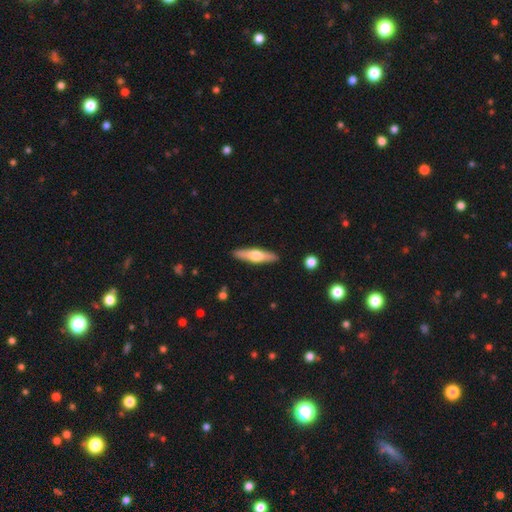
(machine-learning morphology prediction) Q: Smooth or featured?
A: featured or disk (53%); runner-up: smooth (42%)
Q: Edge-on disk?
A: yes (93%); runner-up: no (7%)
Q: Merging?
A: none (90%); runner-up: minor disturbance (7%)